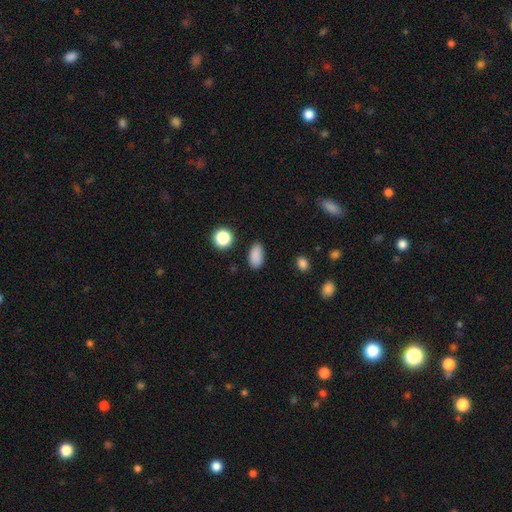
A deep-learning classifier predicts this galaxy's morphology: A smooth galaxy with no disk features (86%) that is in between round and cigar-shaped (91%).

Vote fractions:
- Smooth or featured? smooth: 86% / star or artifact: 10% / featured or disk: 4%
- How rounded? in between: 91% / round: 6% / cigar-shaped: 3%
- Merging? none: 87% / minor disturbance: 9% / major disturbance: 3% / merger: 2%